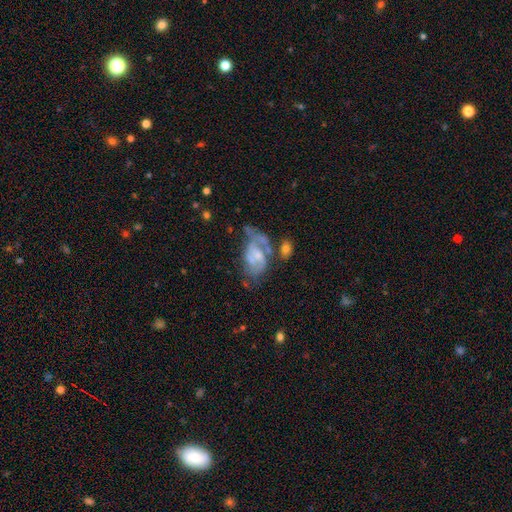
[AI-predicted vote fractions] Smooth or featured?
  - featured or disk: 69% *
  - smooth: 23%
  - star or artifact: 8%
Edge-on disk?
  - no: 97% *
  - yes: 3%
Bar?
  - no: 49% *
  - weak: 39%
  - strong: 12%
Spiral arms?
  - yes: 71% *
  - no: 29%
Bulge size?
  - small: 39% *
  - moderate: 32%
  - none: 22%
  - large: 5%
  - dominant: 2%
Merging?
  - major disturbance: 31% *
  - none: 27%
  - minor disturbance: 23%
  - merger: 20%